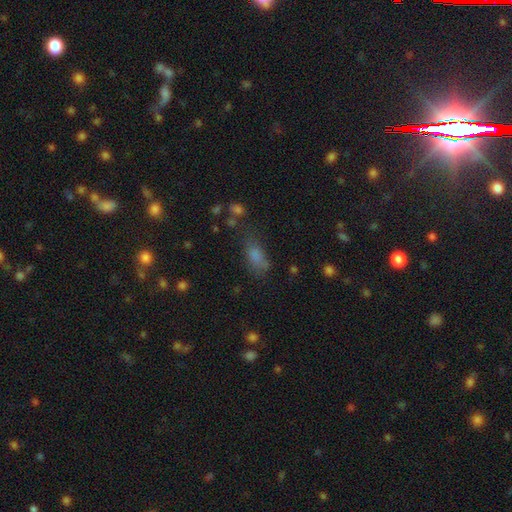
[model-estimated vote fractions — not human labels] A smooth galaxy with no disk features (75%) that is in between round and cigar-shaped (79%). Merging: none (55%).